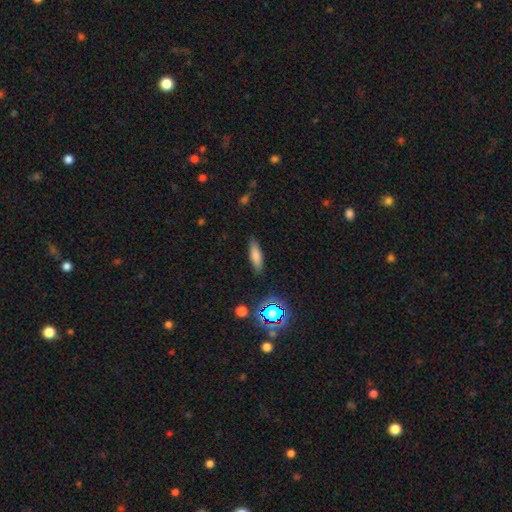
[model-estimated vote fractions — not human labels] smooth-or-featured: smooth: 77% | featured or disk: 13% | star or artifact: 10%
  how-rounded: cigar-shaped: 52% | in between: 45% | round: 3%
  merging: none: 85% | minor disturbance: 11% | major disturbance: 3% | merger: 2%